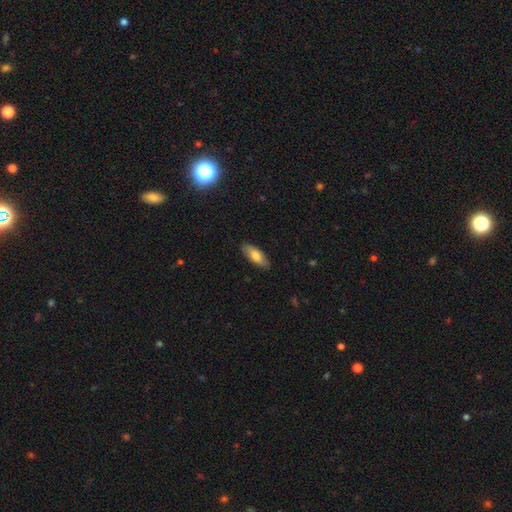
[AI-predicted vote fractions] Smooth or featured? smooth (73%)
How rounded? in between (75%)
Merging? none (87%)